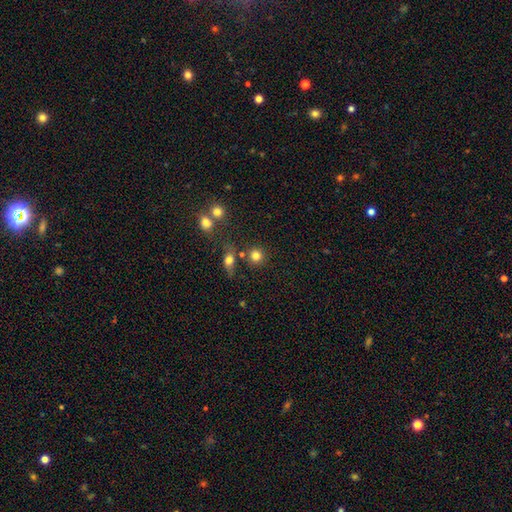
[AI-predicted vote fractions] smooth_or_featured: smooth (p=0.80) [alt: star or artifact p=0.13]
how_rounded: round (p=0.90) [alt: in between p=0.09]
merging: none (p=0.76) [alt: merger p=0.11]